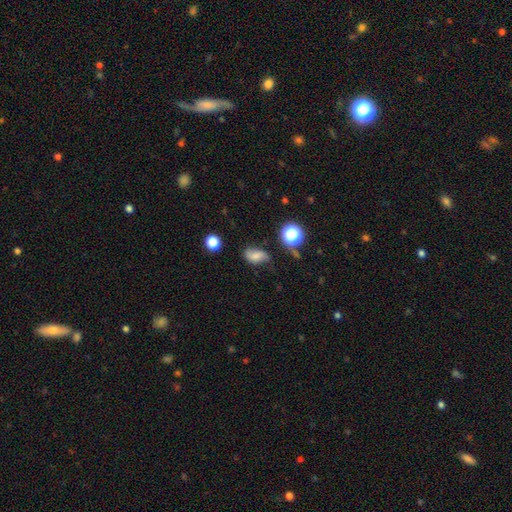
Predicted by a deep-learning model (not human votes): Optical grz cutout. It shows a smooth galaxy with no disk features (58%) that is in between round and cigar-shaped (83%). Merging: none (60%).